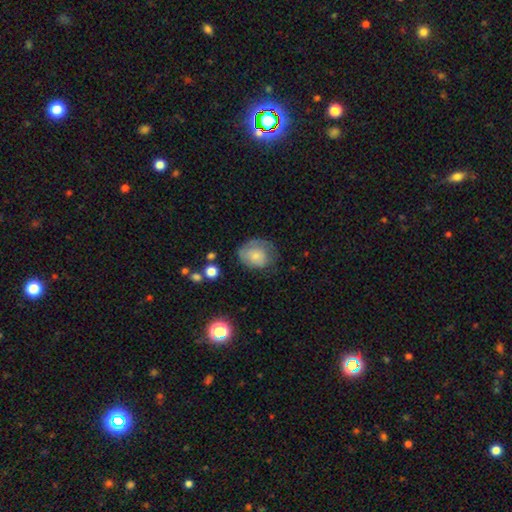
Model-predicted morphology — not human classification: smooth_or_featured: smooth (p=0.64) [alt: featured or disk p=0.28]
how_rounded: round (p=0.58) [alt: in between p=0.42]
merging: none (p=0.50) [alt: minor disturbance p=0.30]